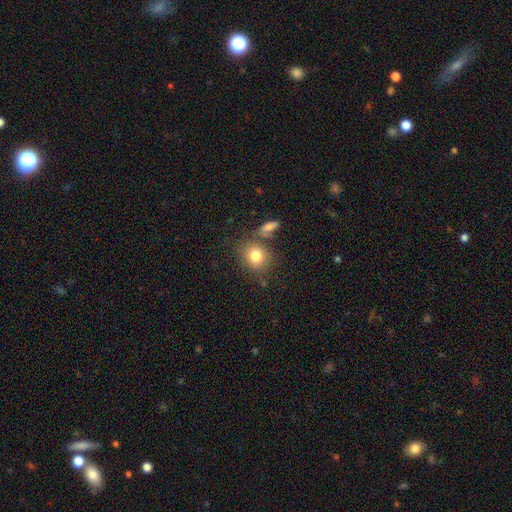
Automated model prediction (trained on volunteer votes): Overall: smooth (80%). How rounded: round (75%). Merging: none (67%).